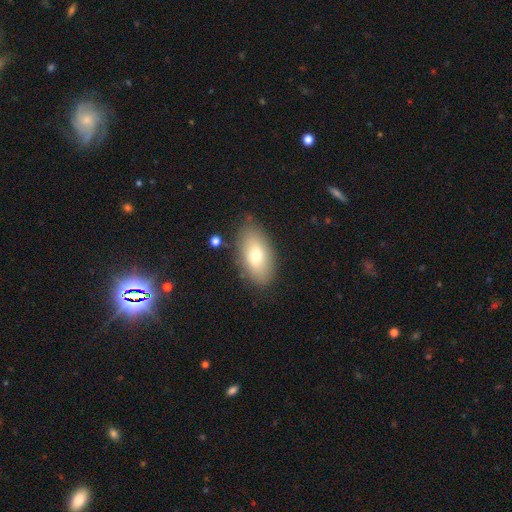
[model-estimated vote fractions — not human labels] Q: Smooth or featured?
A: smooth (72%); runner-up: featured or disk (21%)
Q: How rounded?
A: in between (92%); runner-up: round (5%)
Q: Merging?
A: none (80%); runner-up: minor disturbance (14%)